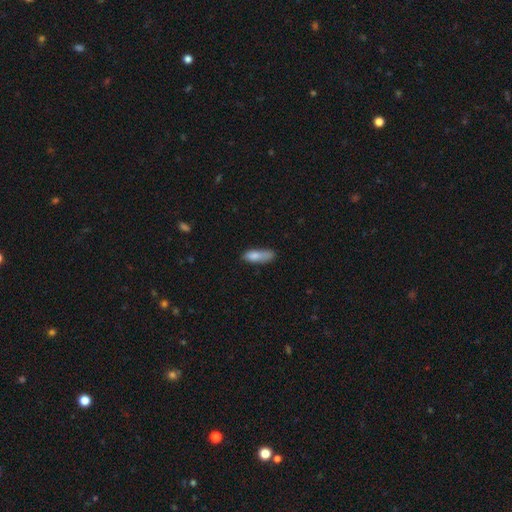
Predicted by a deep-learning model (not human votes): smooth-or-featured: smooth: 80% | featured or disk: 13% | star or artifact: 8%
  how-rounded: in between: 50% | cigar-shaped: 48% | round: 2%
  merging: none: 52% | minor disturbance: 31% | major disturbance: 11% | merger: 6%